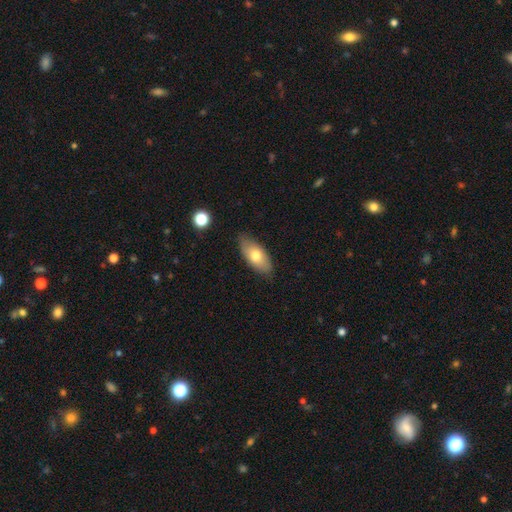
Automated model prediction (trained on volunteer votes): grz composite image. It shows a smooth galaxy with no disk features (71%) that is in between round and cigar-shaped (88%). Merging: none (80%).